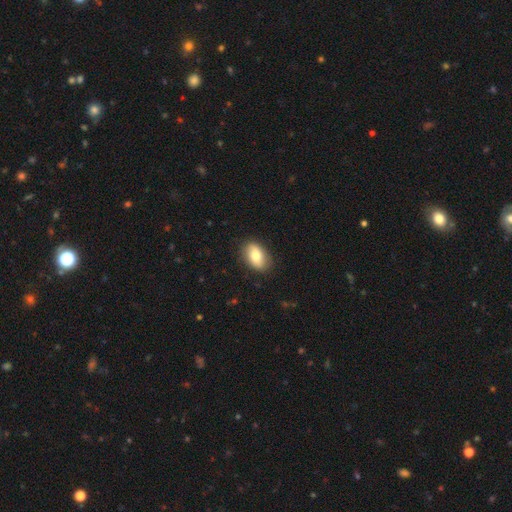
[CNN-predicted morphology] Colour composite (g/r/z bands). It shows a smooth galaxy with no disk features (75%) that is in between round and cigar-shaped (89%). Merging: none (85%).